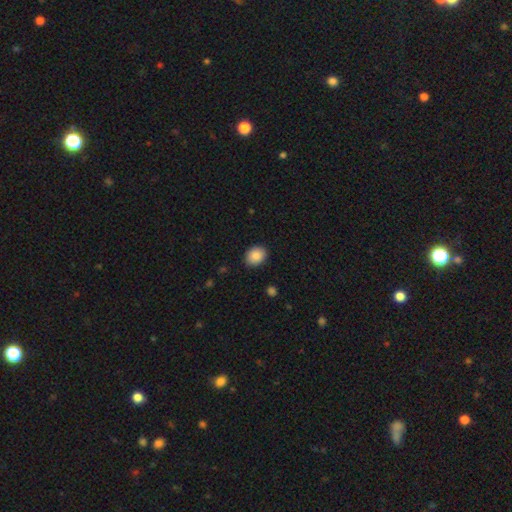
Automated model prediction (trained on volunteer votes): Morphology: type=smooth (87%); roundness=in between (57%); merging=none (88%).